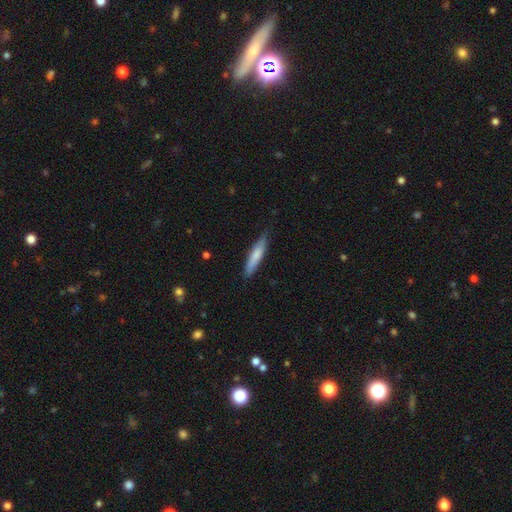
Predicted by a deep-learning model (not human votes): smooth_or_featured: smooth (p=0.72) [alt: featured or disk p=0.22]
how_rounded: cigar-shaped (p=0.86) [alt: in between p=0.13]
merging: none (p=0.82) [alt: minor disturbance p=0.15]